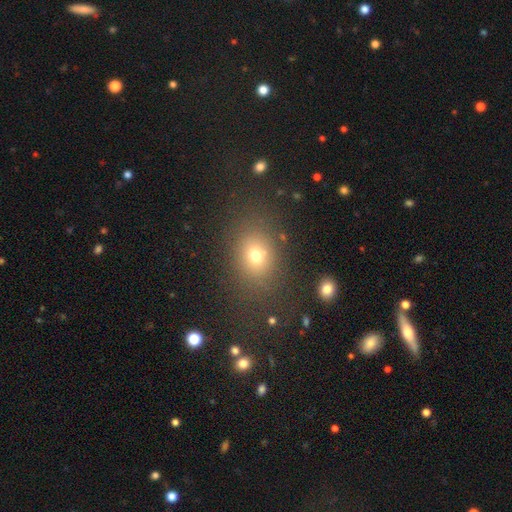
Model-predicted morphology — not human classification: smooth 72%, star or artifact 17%, featured or disk 11%. Down the decision tree: how rounded — in between (54%); merging — none (79%).